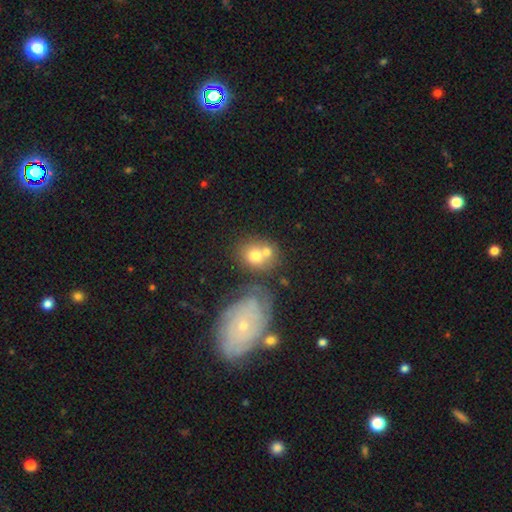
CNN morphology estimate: Smooth or featured? Predicted: smooth (p=0.65). How rounded? Predicted: round (p=0.63). Merging? Predicted: merger (p=0.47).